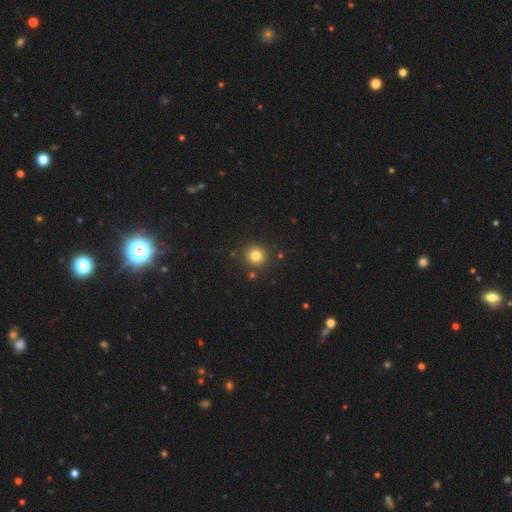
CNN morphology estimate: The model was most divided on "smooth or featured": smooth: 80%, star or artifact: 14%, featured or disk: 6%. More confident: how rounded — round (91%); merging — none (86%).